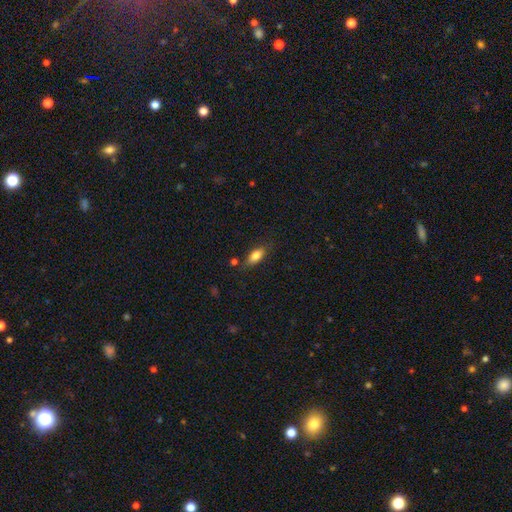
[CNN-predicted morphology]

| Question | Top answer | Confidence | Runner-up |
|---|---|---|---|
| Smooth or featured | smooth | 79% | featured or disk (14%) |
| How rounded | in between | 82% | cigar-shaped (15%) |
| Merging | none | 74% | minor disturbance (18%) |